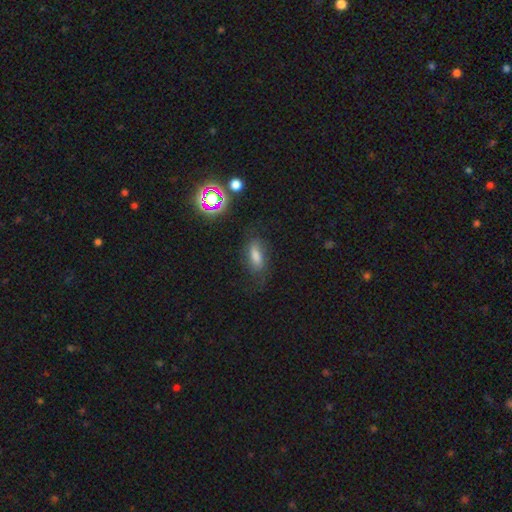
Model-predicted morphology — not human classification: Smooth or featured: smooth — 62% (featured or disk — 21%)
How rounded: in between — 71% (cigar-shaped — 23%)
Merging: none — 65% (minor disturbance — 22%)